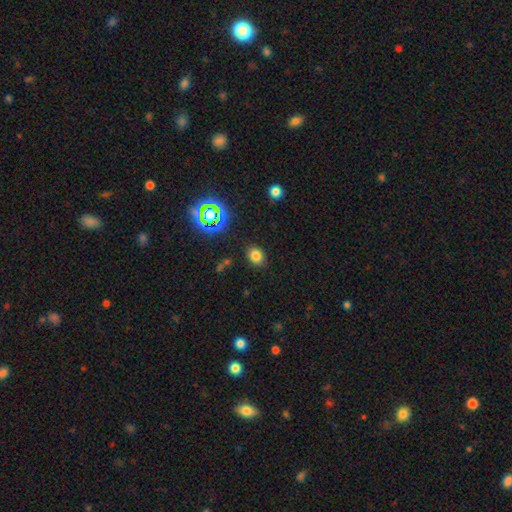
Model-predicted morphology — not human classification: The model was most divided on "how rounded": in between: 50%, round: 49%, cigar-shaped: 1%. More confident: merging — none (85%); smooth or featured — smooth (75%).